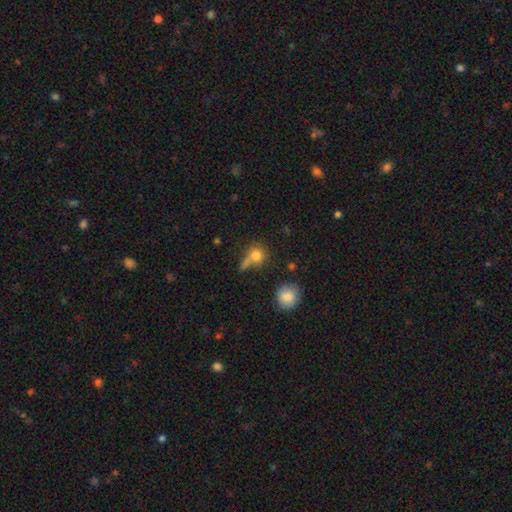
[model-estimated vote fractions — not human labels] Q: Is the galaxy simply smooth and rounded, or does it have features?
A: smooth — 78%.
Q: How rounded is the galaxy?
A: round — 84%.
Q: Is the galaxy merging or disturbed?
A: none — 52%.